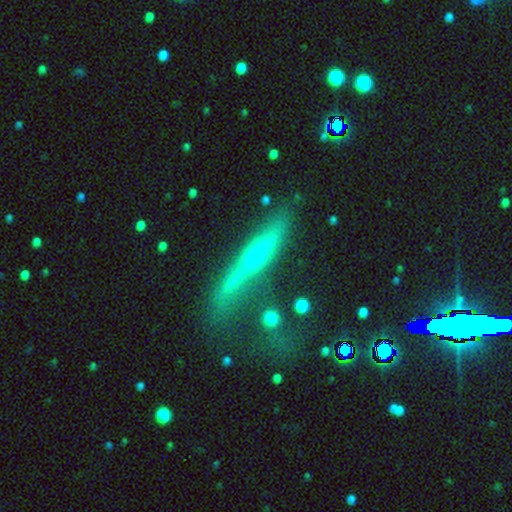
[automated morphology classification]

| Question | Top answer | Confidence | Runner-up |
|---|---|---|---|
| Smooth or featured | featured or disk | 71% | smooth (19%) |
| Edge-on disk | yes | 92% | no (8%) |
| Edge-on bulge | rounded | 85% | none (11%) |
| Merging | none | 64% | minor disturbance (20%) |